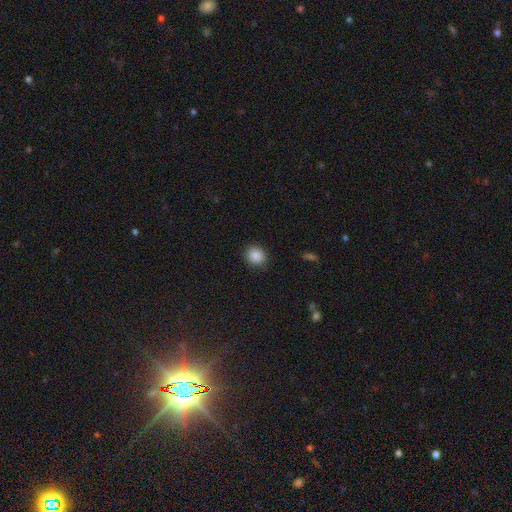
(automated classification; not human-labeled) This appears to be a smooth galaxy with no disk features (87%) that is round (76%). Merging: none (87%).